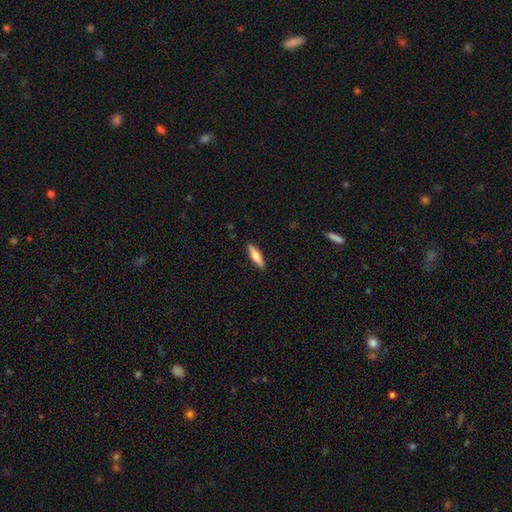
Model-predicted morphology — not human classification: smooth 66%, featured or disk 28%, star or artifact 6%. Down the decision tree: how rounded — cigar-shaped (57%); merging — none (90%).